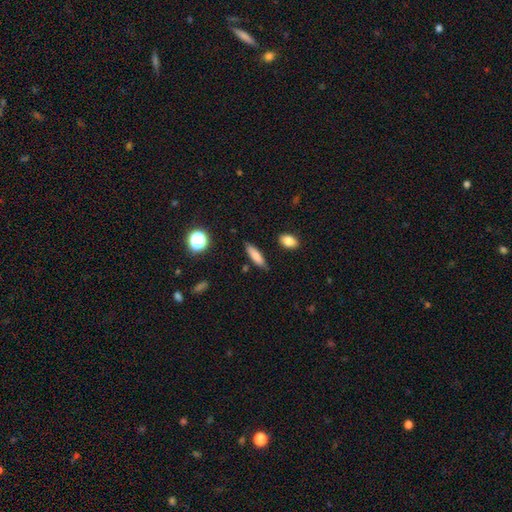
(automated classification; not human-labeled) Smooth or featured? smooth (80%)
How rounded? cigar-shaped (62%)
Merging? none (84%)